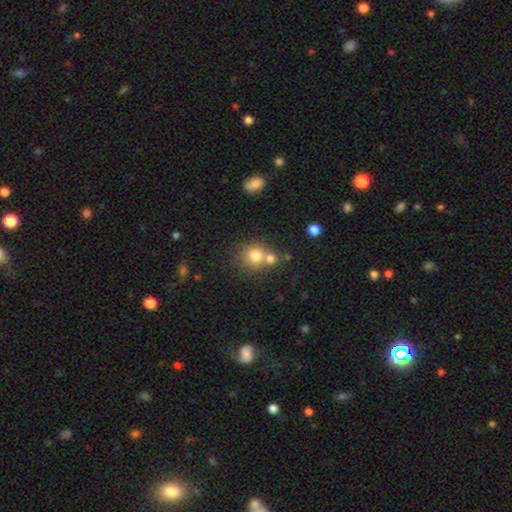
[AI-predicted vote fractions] A smooth galaxy with no disk features (76%) that is round (85%).

Vote fractions:
- Smooth or featured? smooth: 76% / featured or disk: 12% / star or artifact: 12%
- How rounded? round: 85% / in between: 14% / cigar-shaped: 1%
- Merging? none: 48% / merger: 40% / minor disturbance: 8% / major disturbance: 3%